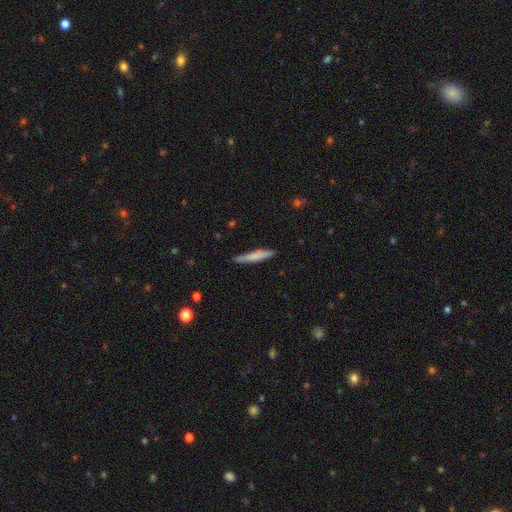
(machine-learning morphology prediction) This is likely a smooth galaxy (68%). How rounded: clearly cigar-shaped (93%). Merging: clearly none (85%).